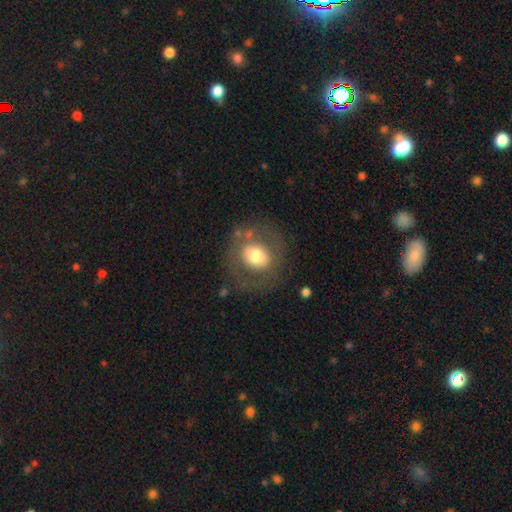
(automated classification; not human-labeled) Smooth or featured? smooth (59%)
How rounded? round (77%)
Merging? none (73%)